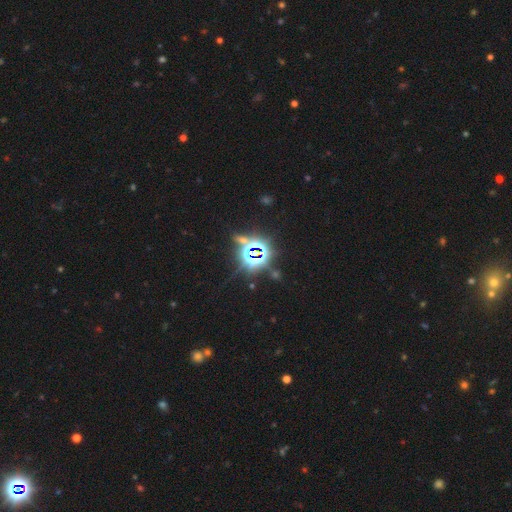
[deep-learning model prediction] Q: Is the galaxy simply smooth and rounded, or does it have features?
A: star or artifact — 82%.